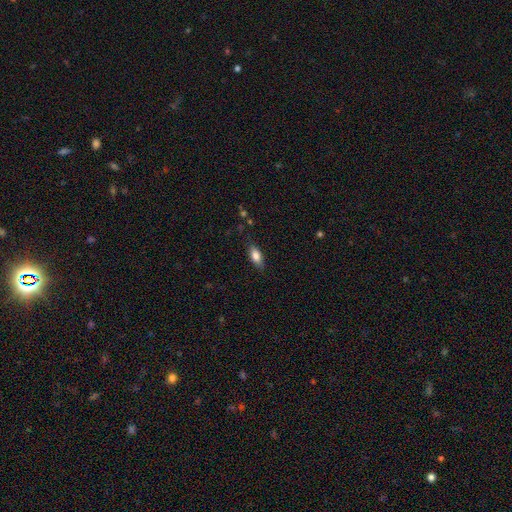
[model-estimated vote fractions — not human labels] Smooth or featured?
  - smooth: 80% *
  - featured or disk: 13%
  - star or artifact: 7%
How rounded?
  - in between: 82% *
  - cigar-shaped: 14%
  - round: 4%
Merging?
  - none: 81% *
  - minor disturbance: 14%
  - major disturbance: 3%
  - merger: 1%